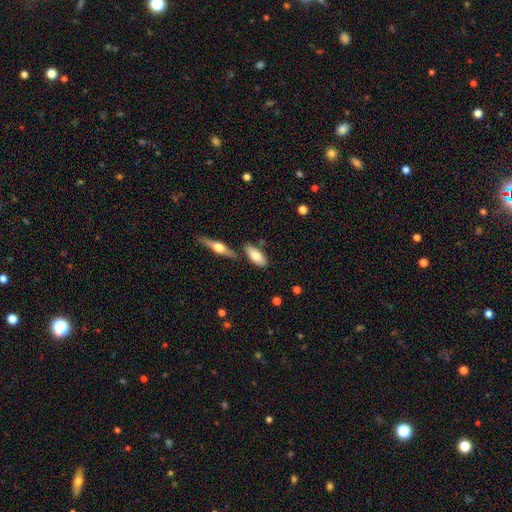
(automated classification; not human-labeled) Smooth or featured?
  - smooth: 76% *
  - featured or disk: 18%
  - star or artifact: 6%
How rounded?
  - in between: 79% *
  - cigar-shaped: 18%
  - round: 3%
Merging?
  - none: 71% *
  - minor disturbance: 14%
  - merger: 12%
  - major disturbance: 3%